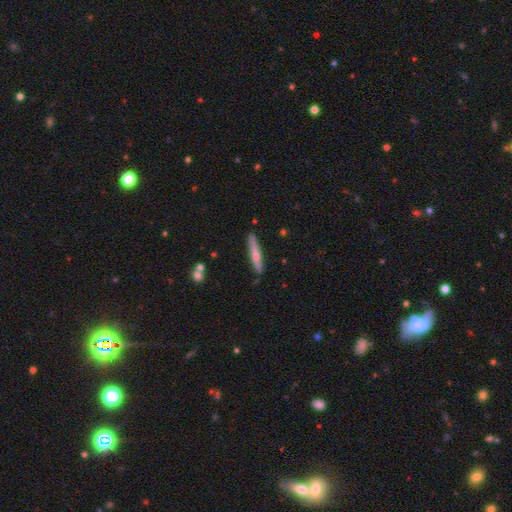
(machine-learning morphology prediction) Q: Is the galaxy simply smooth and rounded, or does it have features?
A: smooth — 49%.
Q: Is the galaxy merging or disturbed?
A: none — 88%.